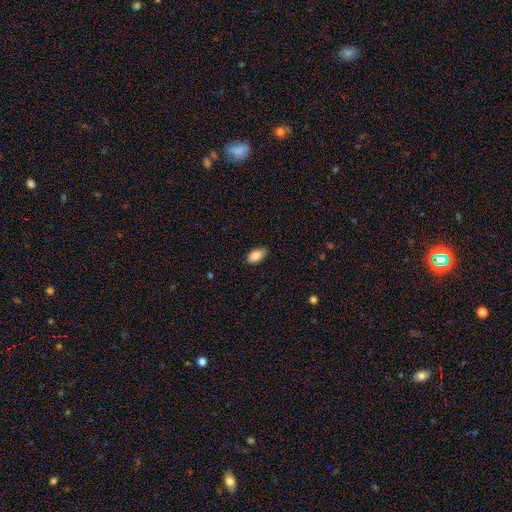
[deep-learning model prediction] Overall: smooth (87%). How rounded: in between (93%). Merging: none (83%).